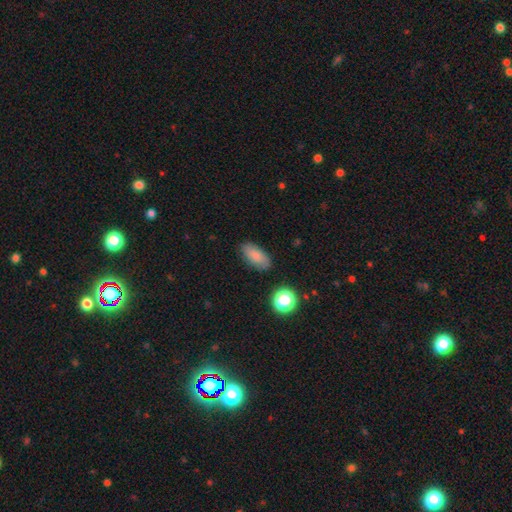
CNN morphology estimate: smooth 77%, featured or disk 13%, star or artifact 10%. Down the decision tree: how rounded — in between (89%); merging — none (81%).